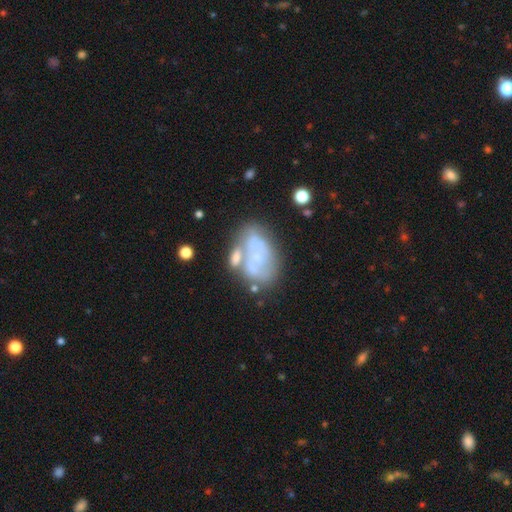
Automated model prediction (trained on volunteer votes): This appears to be a featured or disk galaxy (57%) with no bar (84%), no spiral arms (64%) and no central bulge (43%). Merging: none (37%).